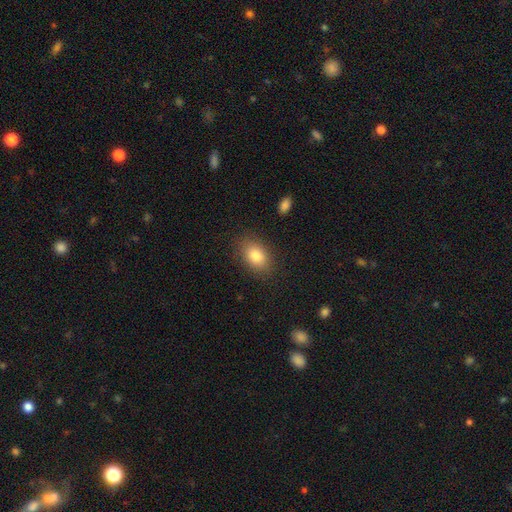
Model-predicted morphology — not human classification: A smooth galaxy with no disk features (83%) that is in between round and cigar-shaped (82%). Merging: none (84%).